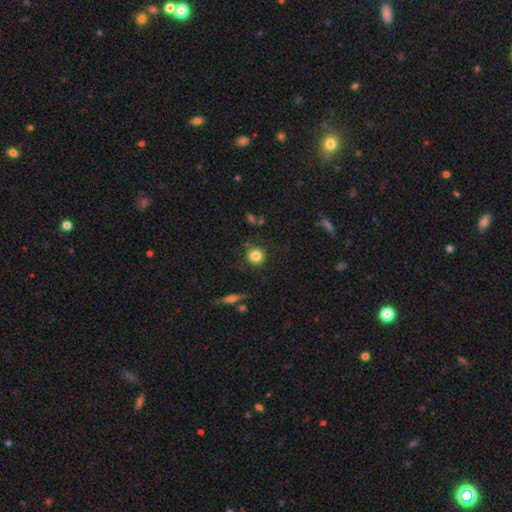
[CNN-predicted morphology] type=smooth (83%); roundness=round (93%); merging=none (86%).